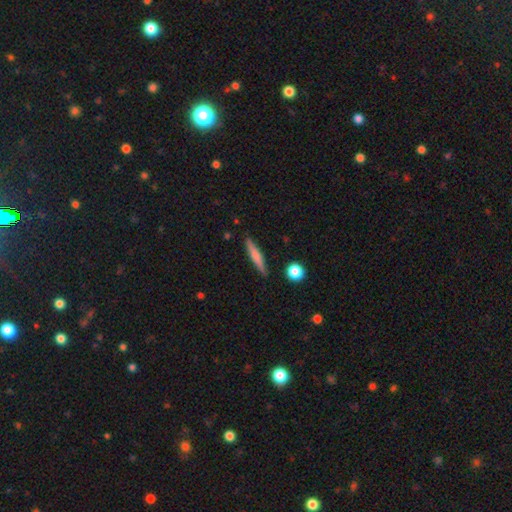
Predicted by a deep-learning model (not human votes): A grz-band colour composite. It shows a smooth galaxy with no disk features (65%) that is cigar-shaped (91%). Merging: none (87%).